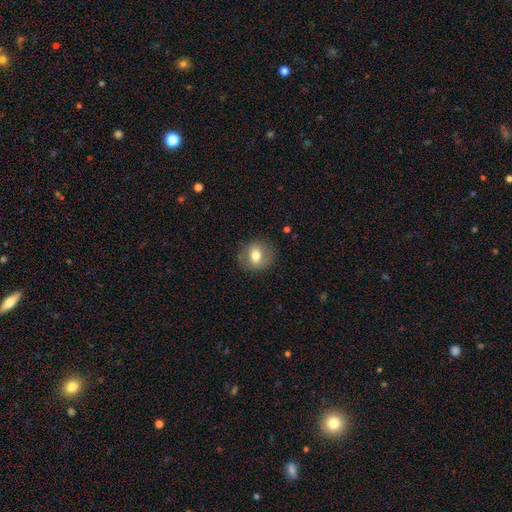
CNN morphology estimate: A smooth galaxy with no disk features (66%) that is round (67%).

Vote fractions:
- Smooth or featured? smooth: 66% / featured or disk: 26% / star or artifact: 9%
- How rounded? round: 67% / in between: 32% / cigar-shaped: 1%
- Merging? none: 83% / minor disturbance: 12% / major disturbance: 4% / merger: 1%